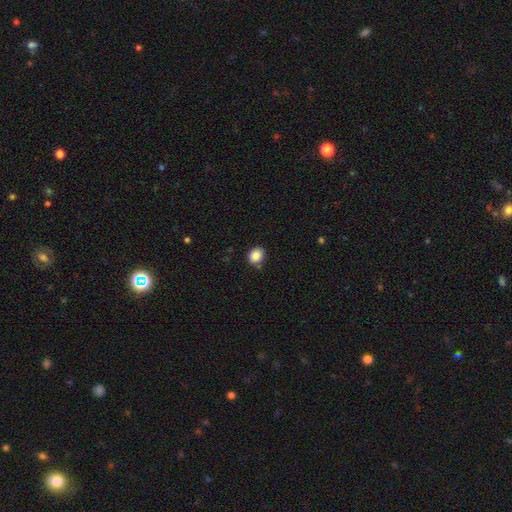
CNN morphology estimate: A smooth galaxy with no disk features (86%) that is round (71%).

Vote fractions:
- Smooth or featured? smooth: 86% / star or artifact: 9% / featured or disk: 4%
- How rounded? round: 71% / in between: 29% / cigar-shaped: 1%
- Merging? none: 80% / minor disturbance: 13% / merger: 4% / major disturbance: 3%